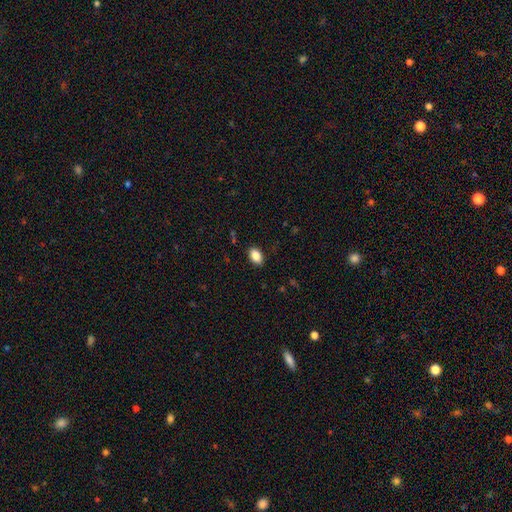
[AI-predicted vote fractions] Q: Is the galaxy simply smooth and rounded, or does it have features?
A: smooth — 87%.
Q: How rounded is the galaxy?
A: in between — 88%.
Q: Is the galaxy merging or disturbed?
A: none — 88%.